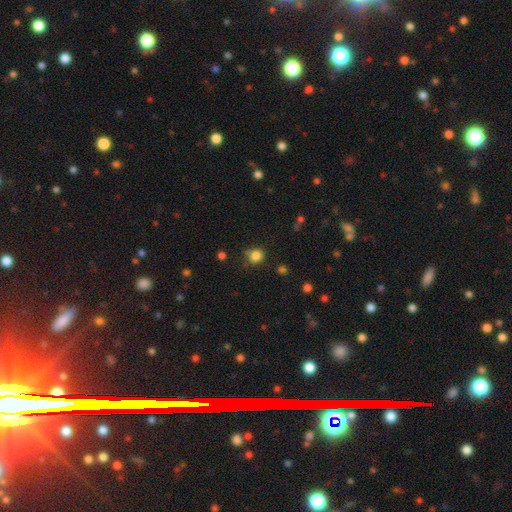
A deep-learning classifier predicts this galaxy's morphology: Smooth or featured? Predicted: smooth (p=0.82). How rounded? Predicted: round (p=0.81). Merging? Predicted: none (p=0.71).